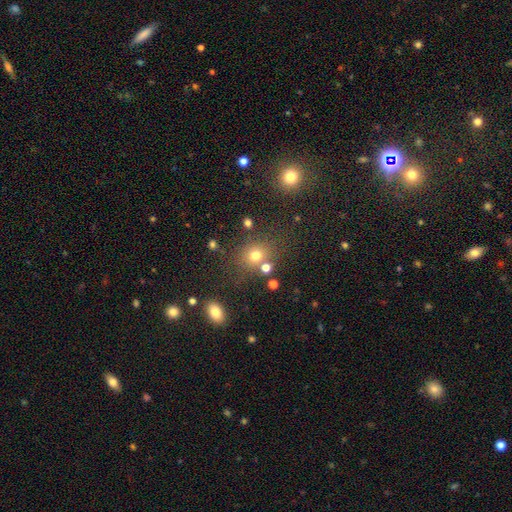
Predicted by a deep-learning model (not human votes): Smooth or featured? smooth (71%)
How rounded? round (74%)
Merging? none (70%)